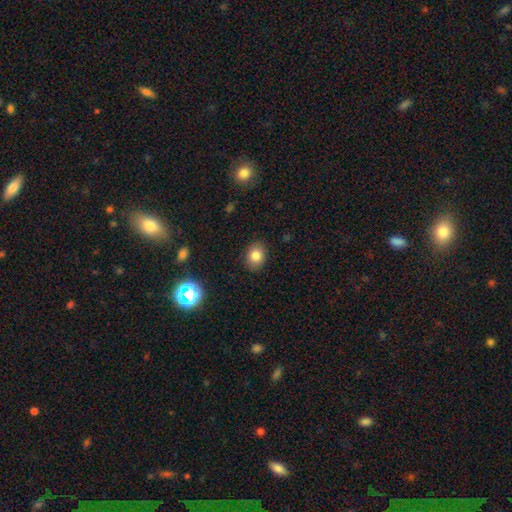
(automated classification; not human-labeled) This is clearly a smooth galaxy (82%). How rounded: possibly in between (52%). Merging: clearly none (88%).